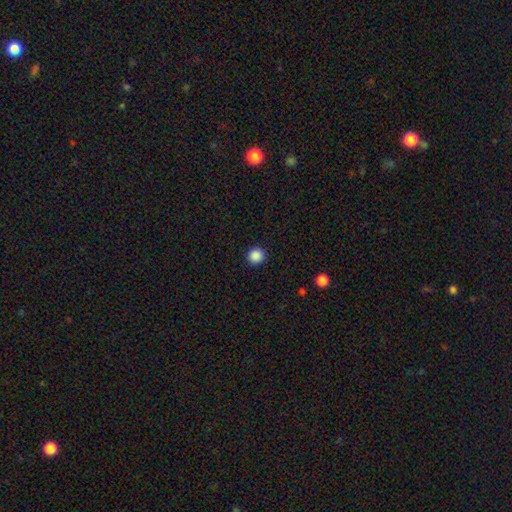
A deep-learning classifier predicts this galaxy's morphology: The model was most divided on "smooth or featured": smooth: 88%, star or artifact: 10%, featured or disk: 2%. More confident: how rounded — round (95%); merging — none (93%).